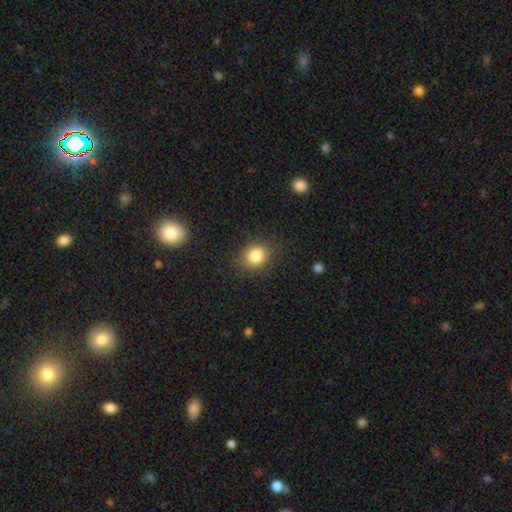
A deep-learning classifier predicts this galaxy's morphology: A smooth galaxy with no disk features (84%) that is round (55%). Merging: none (83%).